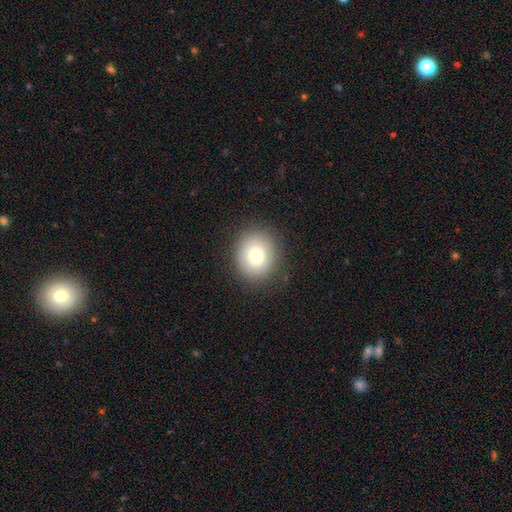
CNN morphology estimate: A smooth galaxy with no disk features (76%) that is round (81%).

Vote fractions:
- Smooth or featured? smooth: 76% / featured or disk: 13% / star or artifact: 11%
- How rounded? round: 81% / in between: 18% / cigar-shaped: 1%
- Merging? none: 86% / minor disturbance: 9% / major disturbance: 4% / merger: 1%